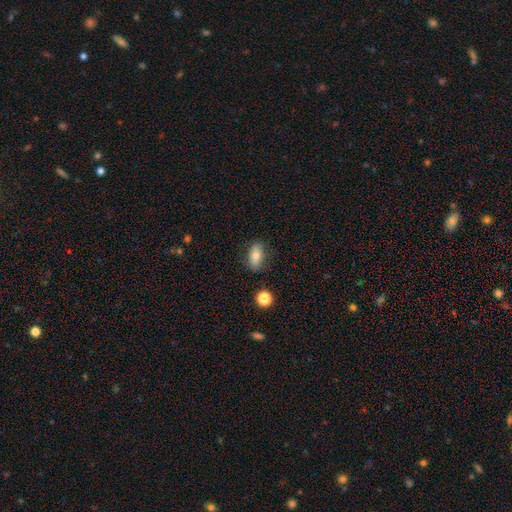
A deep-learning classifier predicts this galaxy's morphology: smooth 74%, featured or disk 17%, star or artifact 9%. Down the decision tree: how rounded — in between (86%); merging — none (80%).